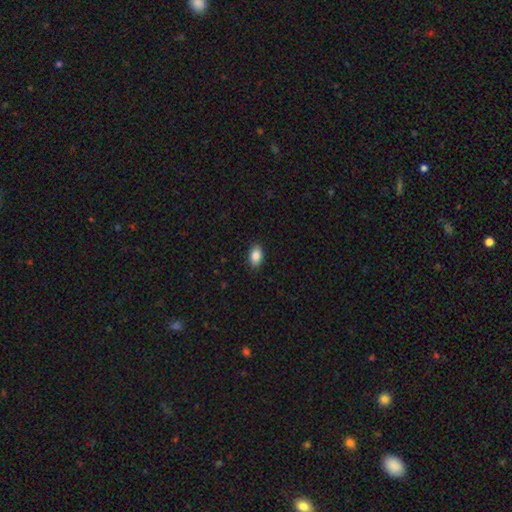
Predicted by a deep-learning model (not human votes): This is clearly a smooth galaxy (87%). How rounded: clearly in between (89%). Merging: clearly none (88%).